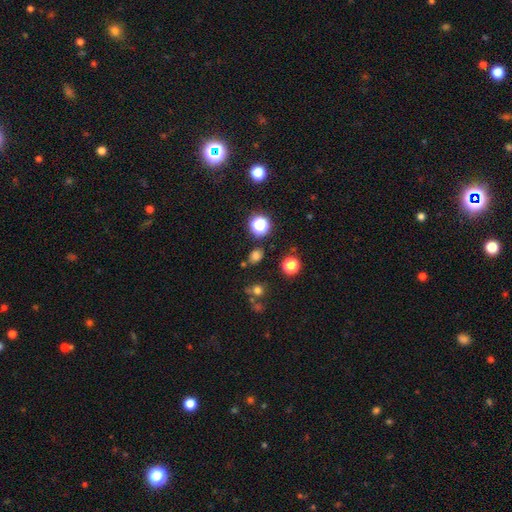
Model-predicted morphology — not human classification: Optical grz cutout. It shows a smooth galaxy with no disk features (69%) that is round (56%). Merging: none (79%).